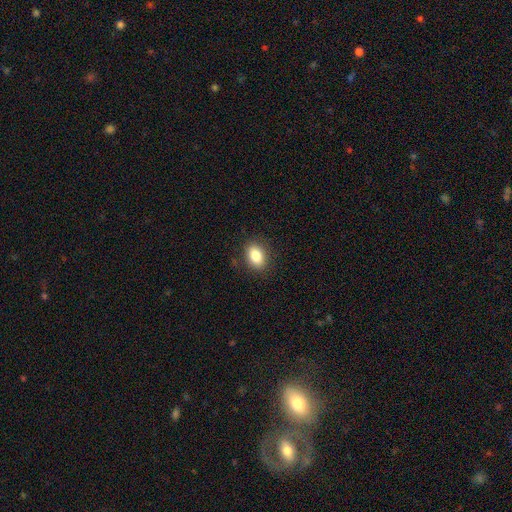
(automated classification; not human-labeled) Smooth or featured? Predicted: smooth (p=0.84). How rounded? Predicted: in between (p=0.81). Merging? Predicted: none (p=0.87).